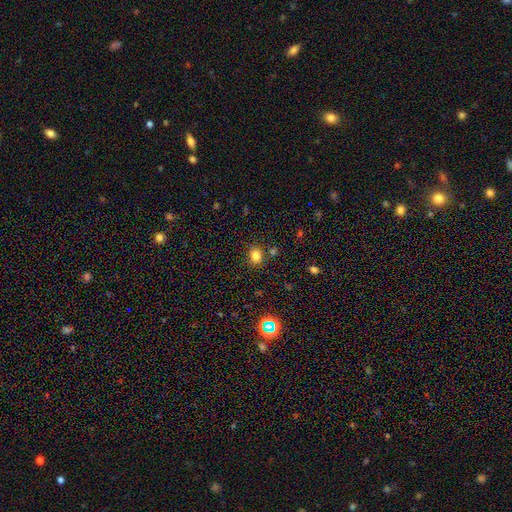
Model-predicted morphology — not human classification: smooth 79%, star or artifact 15%, featured or disk 6%. Down the decision tree: how rounded — round (68%); merging — none (81%).